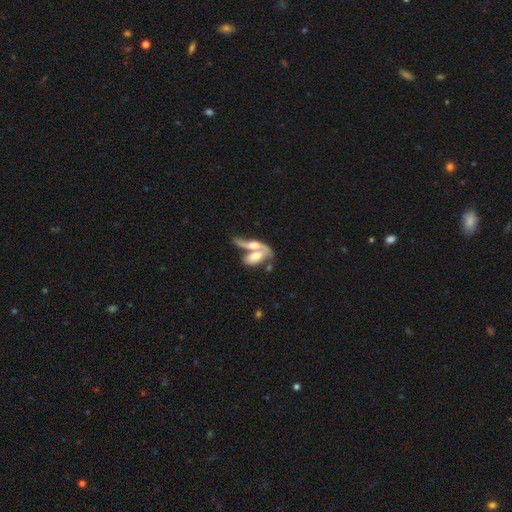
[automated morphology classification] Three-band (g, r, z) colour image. It shows a featured or disk galaxy (47%). Merging: merger (69%).